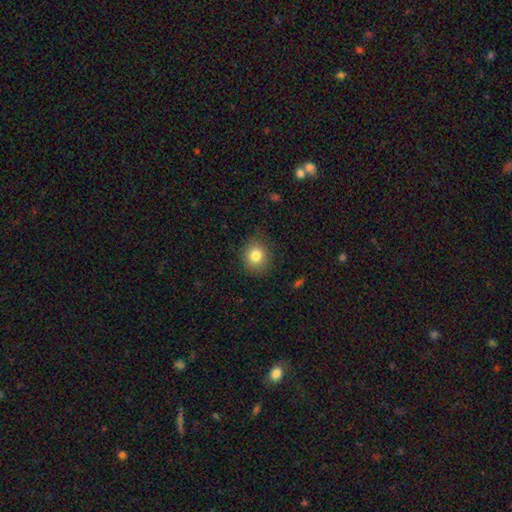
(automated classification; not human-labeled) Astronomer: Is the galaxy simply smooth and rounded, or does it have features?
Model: smooth — 81%.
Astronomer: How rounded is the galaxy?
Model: round — 82%.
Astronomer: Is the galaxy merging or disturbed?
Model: none — 84%.